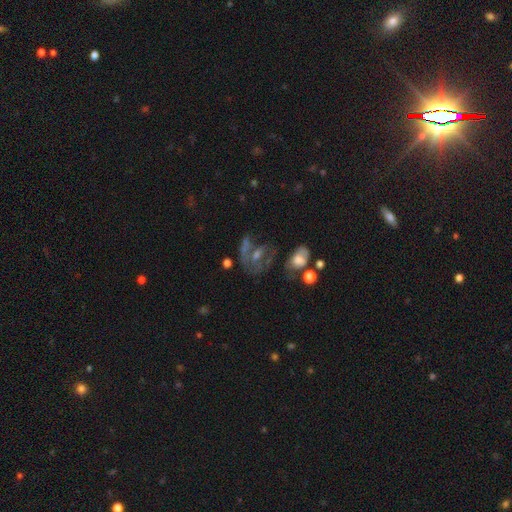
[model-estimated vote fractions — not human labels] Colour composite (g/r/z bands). It shows a featured or disk galaxy (51%). Merging: none (35%).